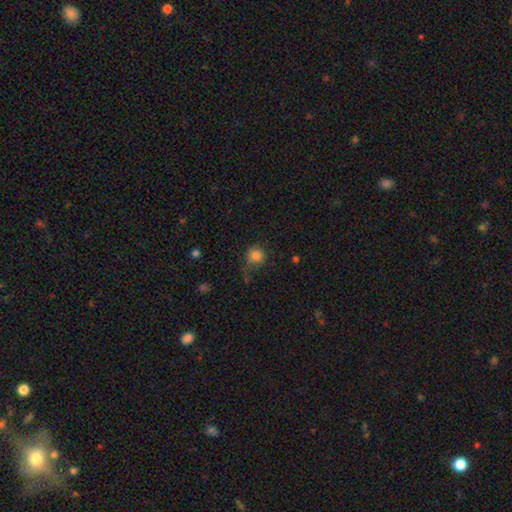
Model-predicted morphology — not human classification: Smooth or featured? Predicted: smooth (p=0.82). How rounded? Predicted: round (p=0.78). Merging? Predicted: none (p=0.56).